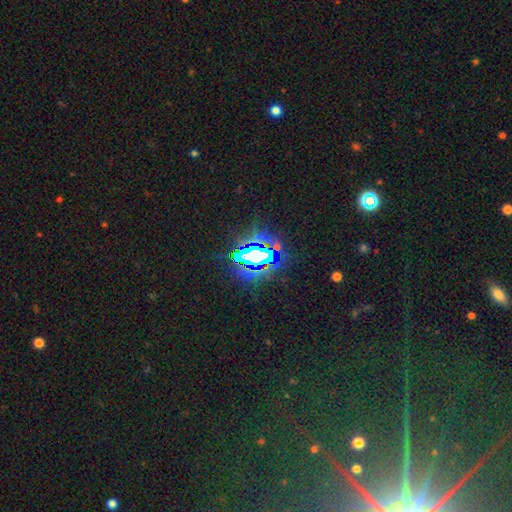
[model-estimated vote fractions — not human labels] smooth-or-featured: star or artifact: 71% | smooth: 15% | featured or disk: 14%